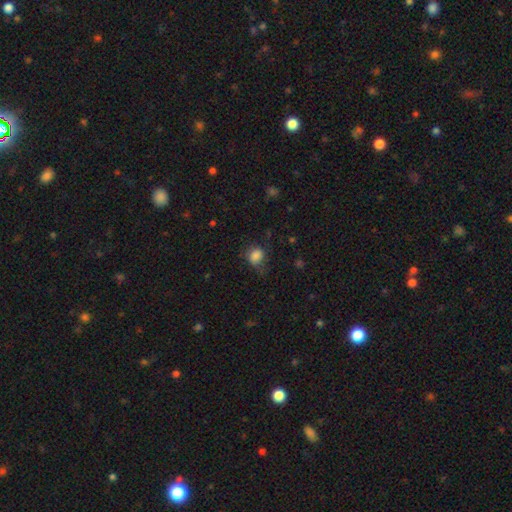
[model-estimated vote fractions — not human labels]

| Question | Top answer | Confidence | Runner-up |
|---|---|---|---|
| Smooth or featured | smooth | 84% | star or artifact (10%) |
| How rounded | round | 66% | in between (33%) |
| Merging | none | 55% | minor disturbance (29%) |